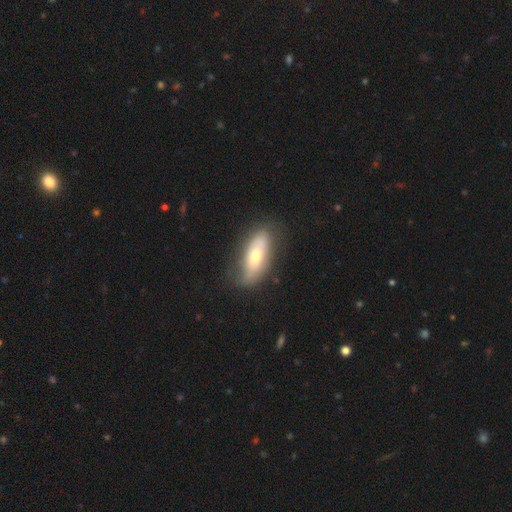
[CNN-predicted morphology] Q: Smooth or featured?
A: smooth (57%); runner-up: featured or disk (37%)
Q: How rounded?
A: in between (76%); runner-up: cigar-shaped (22%)
Q: Merging?
A: none (71%); runner-up: minor disturbance (21%)